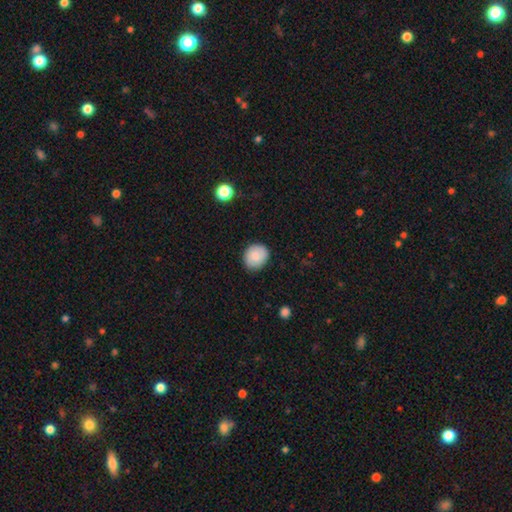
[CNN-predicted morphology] smooth-or-featured: smooth: 82% | featured or disk: 10% | star or artifact: 7%
  how-rounded: round: 72% | in between: 27% | cigar-shaped: 1%
  merging: none: 86% | minor disturbance: 11% | major disturbance: 2% | merger: 1%